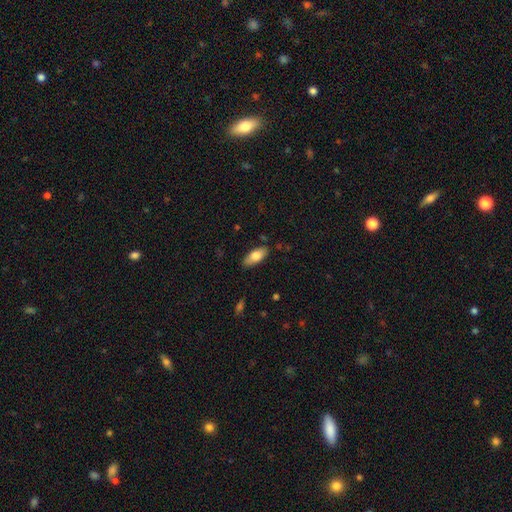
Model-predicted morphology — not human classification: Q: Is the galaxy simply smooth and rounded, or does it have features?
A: smooth — 79%.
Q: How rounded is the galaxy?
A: in between — 85%.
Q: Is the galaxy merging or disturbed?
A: none — 83%.